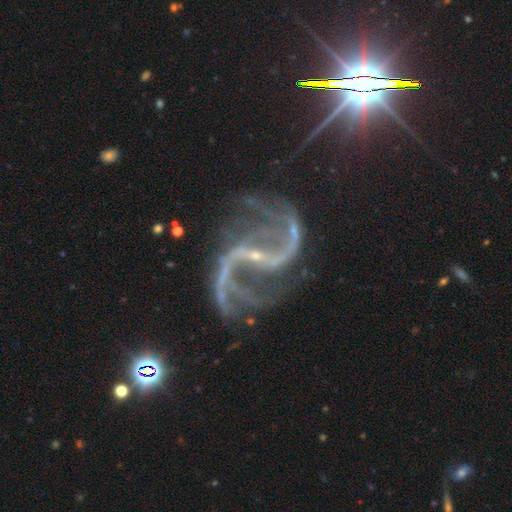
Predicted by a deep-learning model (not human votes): The model was most divided on "bar": strong: 48%, weak: 31%, no: 21%. More confident: spiral arms — yes (98%); edge-on disk — no (97%); smooth or featured — featured or disk (90%); bulge size — small (87%); spiral arm count — 2 (86%); spiral winding — loose (73%); merging — none (61%).